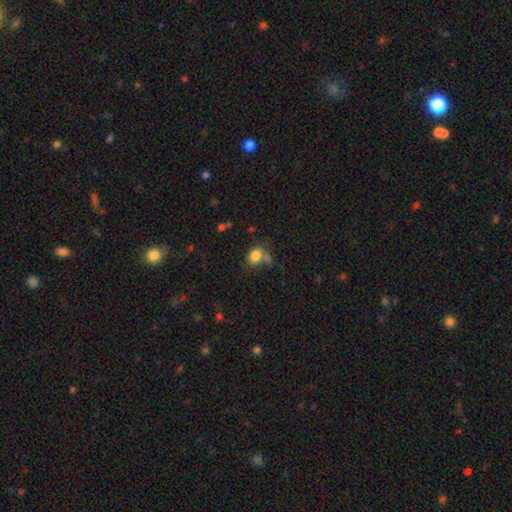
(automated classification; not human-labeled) Smooth or featured: smooth — 81% (star or artifact — 11%)
How rounded: in between — 70% (round — 28%)
Merging: none — 49% (merger — 24%)